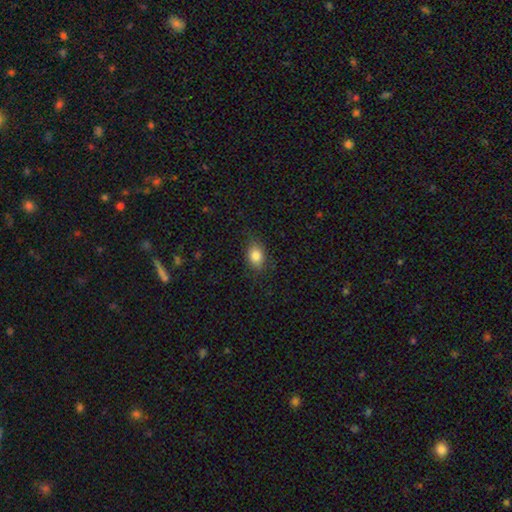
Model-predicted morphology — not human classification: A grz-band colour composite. It shows a smooth galaxy with no disk features (85%) that is in between round and cigar-shaped (76%). Merging: none (81%).